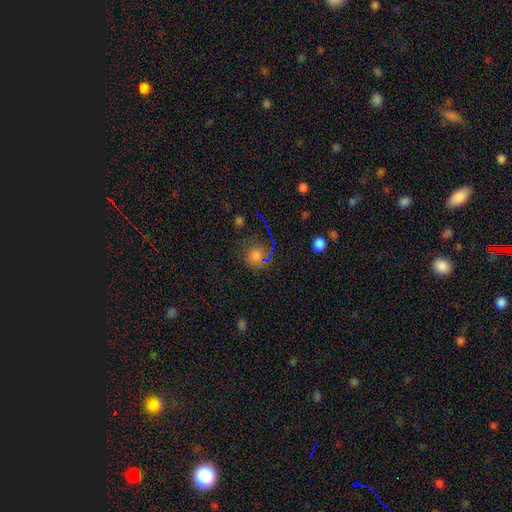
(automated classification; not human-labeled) Morphology: type=smooth (64%); roundness=round (84%); merging=none (73%).